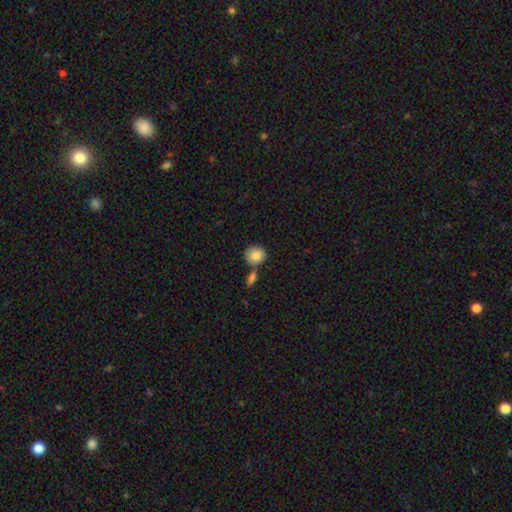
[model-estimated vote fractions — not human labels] A smooth galaxy with no disk features (85%) that is round (80%).

Vote fractions:
- Smooth or featured? smooth: 85% / featured or disk: 8% / star or artifact: 7%
- How rounded? round: 80% / in between: 18% / cigar-shaped: 1%
- Merging? none: 64% / merger: 22% / minor disturbance: 11% / major disturbance: 3%